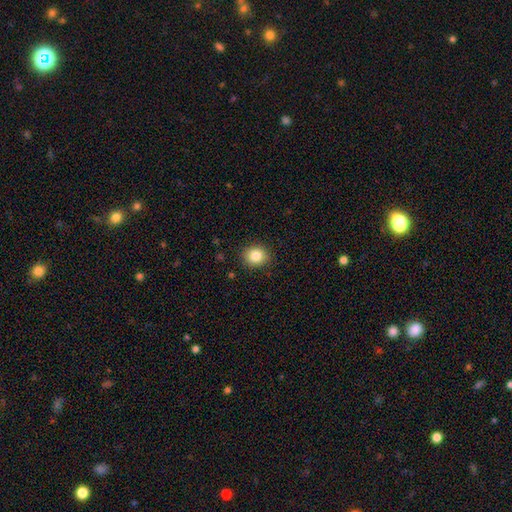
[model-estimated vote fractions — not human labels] Overall: smooth (84%). How rounded: round (74%). Merging: none (89%).